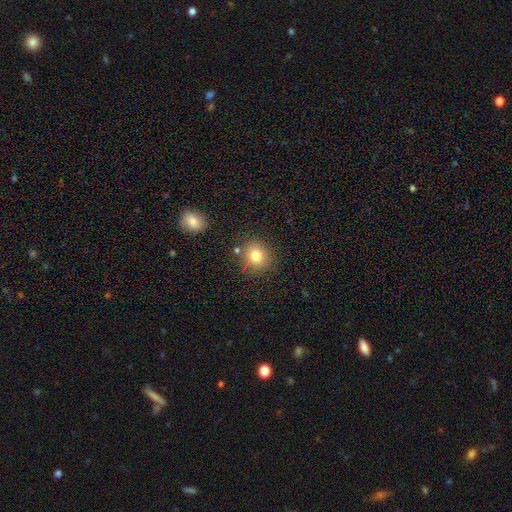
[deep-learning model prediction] Morphology: type=smooth (78%); roundness=round (82%); merging=none (81%).